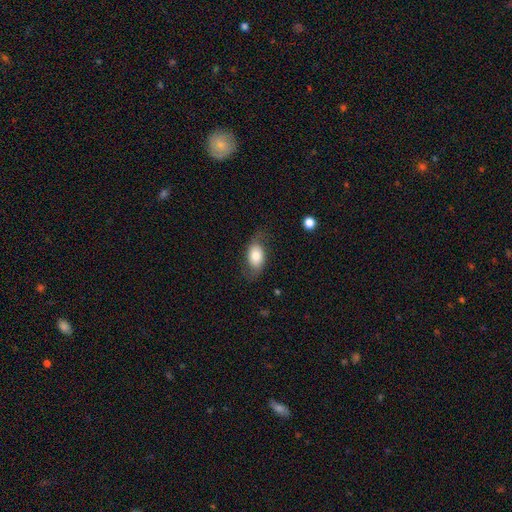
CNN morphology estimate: smooth_or_featured: smooth (p=0.64) [alt: featured or disk p=0.29]
how_rounded: in between (p=0.85) [alt: round p=0.13]
merging: none (p=0.66) [alt: minor disturbance p=0.21]